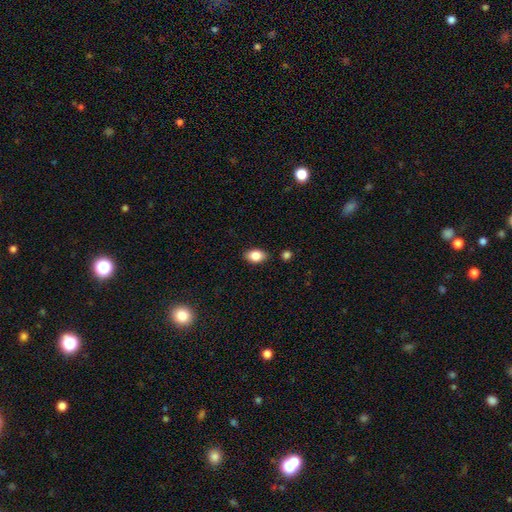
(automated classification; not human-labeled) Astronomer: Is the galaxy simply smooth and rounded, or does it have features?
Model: smooth — 85%.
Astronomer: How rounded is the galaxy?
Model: in between — 87%.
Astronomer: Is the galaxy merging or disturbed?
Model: none — 86%.